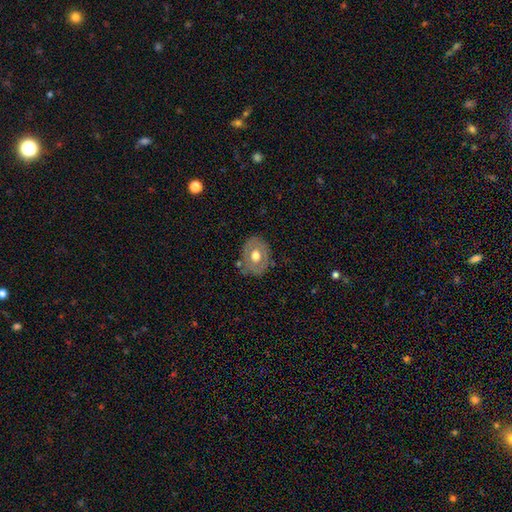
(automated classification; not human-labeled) This is possibly a smooth galaxy (51%). How rounded: possibly in between (54%). Merging: likely none (76%).